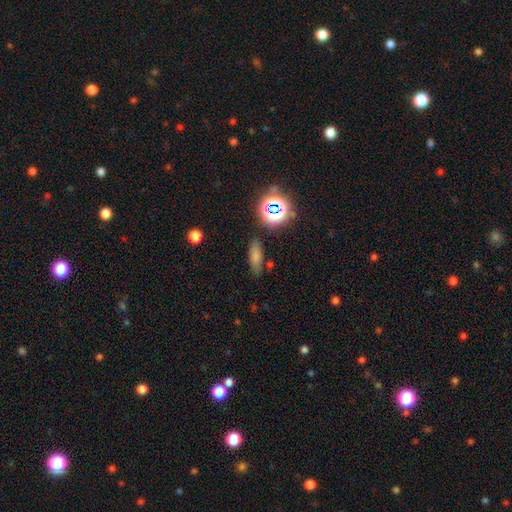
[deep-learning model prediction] Smooth or featured? smooth (72%)
How rounded? in between (60%)
Merging? none (79%)